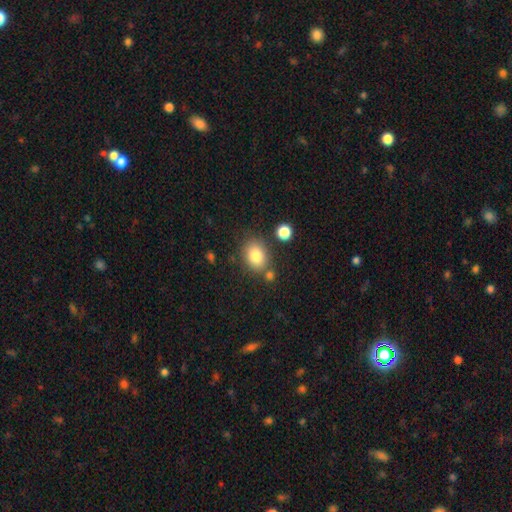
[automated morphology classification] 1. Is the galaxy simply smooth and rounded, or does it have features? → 82% smooth, 10% star or artifact, 9% featured or disk.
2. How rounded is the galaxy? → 61% in between, 38% round, 1% cigar-shaped.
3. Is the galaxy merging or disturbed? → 74% none, 13% minor disturbance, 9% merger, 4% major disturbance.